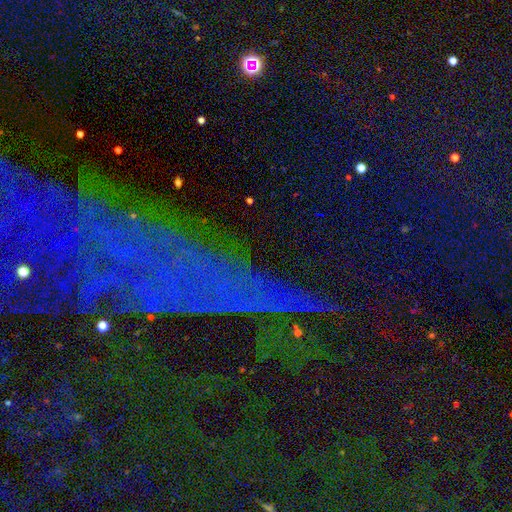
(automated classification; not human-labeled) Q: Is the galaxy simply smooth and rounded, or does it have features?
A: star or artifact — 70%.